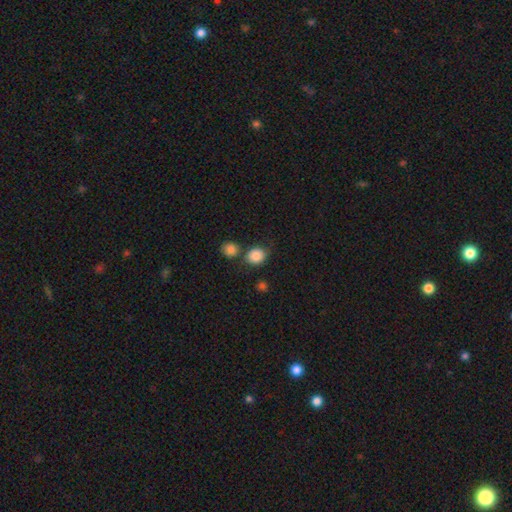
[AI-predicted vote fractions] smooth 85%, star or artifact 9%, featured or disk 5%. Down the decision tree: how rounded — round (74%); merging — none (66%).